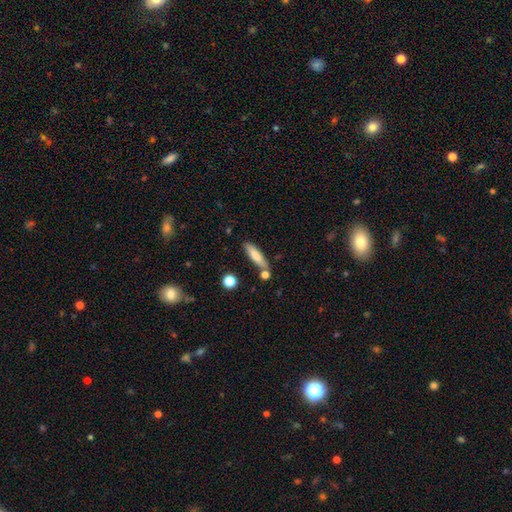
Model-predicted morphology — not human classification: Smooth or featured?
  - smooth: 71% *
  - featured or disk: 22%
  - star or artifact: 7%
How rounded?
  - cigar-shaped: 72% *
  - in between: 26%
  - round: 2%
Merging?
  - none: 75% *
  - minor disturbance: 13%
  - merger: 10%
  - major disturbance: 3%